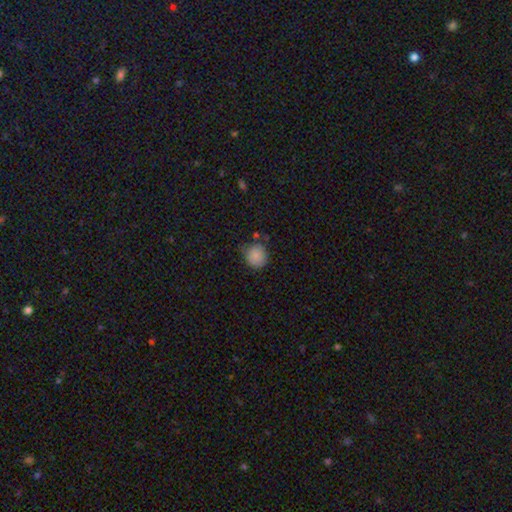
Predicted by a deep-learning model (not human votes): This is clearly a smooth galaxy (84%). How rounded: clearly round (88%). Merging: likely none (67%).